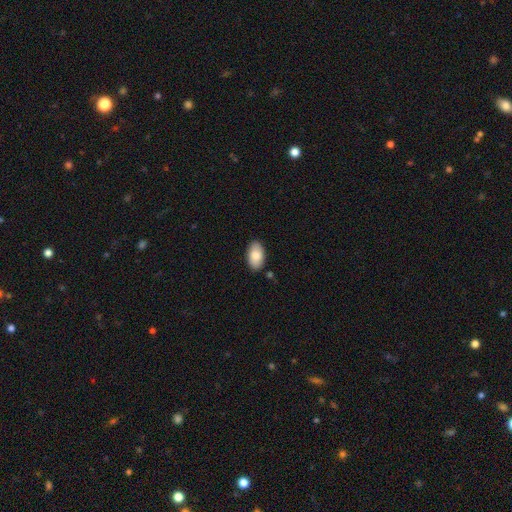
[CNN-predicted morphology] smooth-or-featured: smooth: 84% | featured or disk: 10% | star or artifact: 6%
  how-rounded: in between: 94% | round: 4% | cigar-shaped: 2%
  merging: none: 85% | minor disturbance: 11% | major disturbance: 2% | merger: 2%